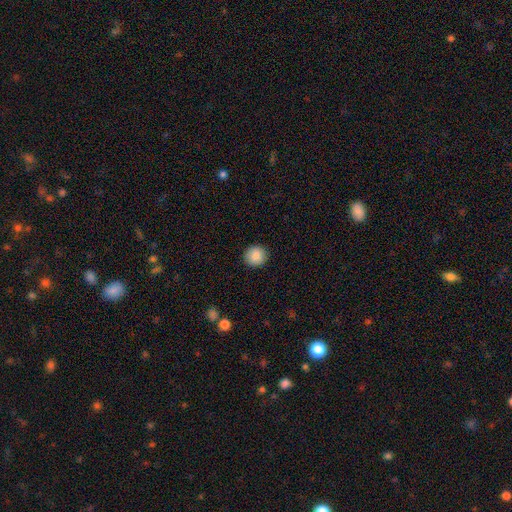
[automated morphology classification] This appears to be a smooth galaxy with no disk features (88%) that is round (92%). Merging: none (92%).